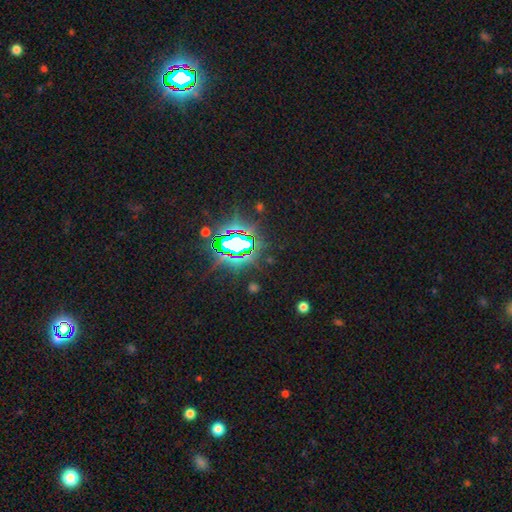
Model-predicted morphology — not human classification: smooth_or_featured: star or artifact (p=0.85) [alt: smooth p=0.09]